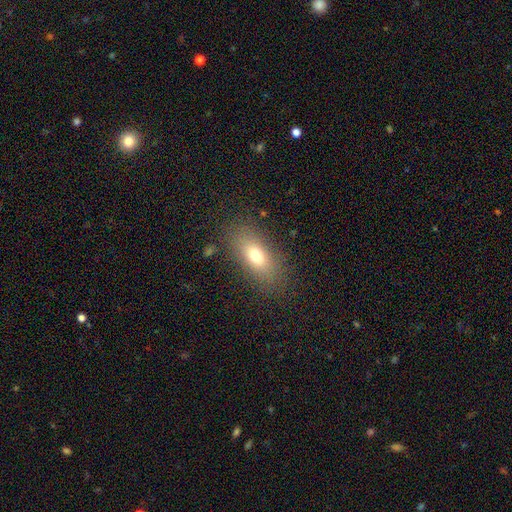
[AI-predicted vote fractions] Morphology: type=smooth (72%); roundness=in between (80%); merging=none (83%).